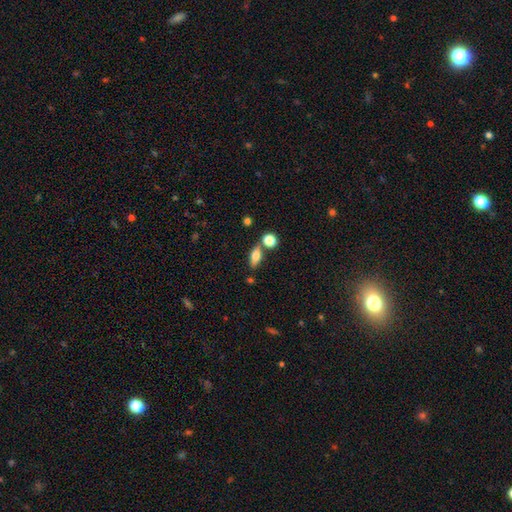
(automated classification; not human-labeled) Smooth or featured? smooth (71%)
How rounded? in between (71%)
Merging? none (69%)